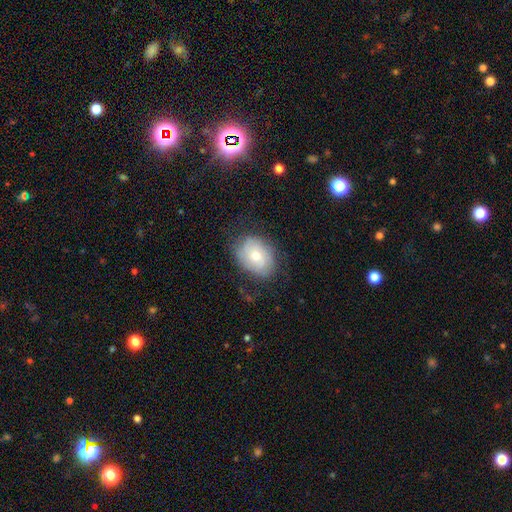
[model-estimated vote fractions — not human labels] Q: Smooth or featured?
A: smooth (48%); runner-up: featured or disk (43%)
Q: Merging?
A: none (71%); runner-up: minor disturbance (20%)